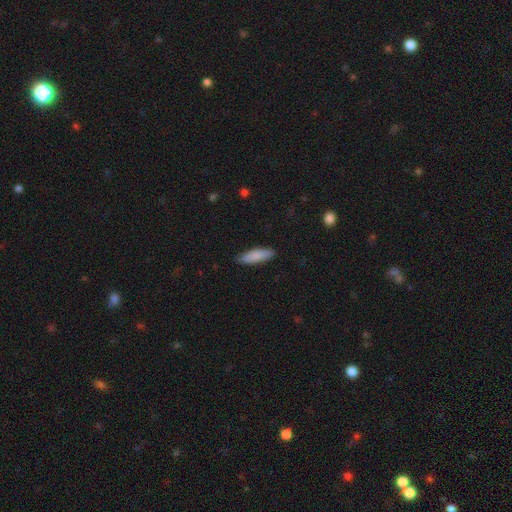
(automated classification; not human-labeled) This appears to be a smooth galaxy with no disk features (87%) that is cigar-shaped (53%). Merging: none (86%).